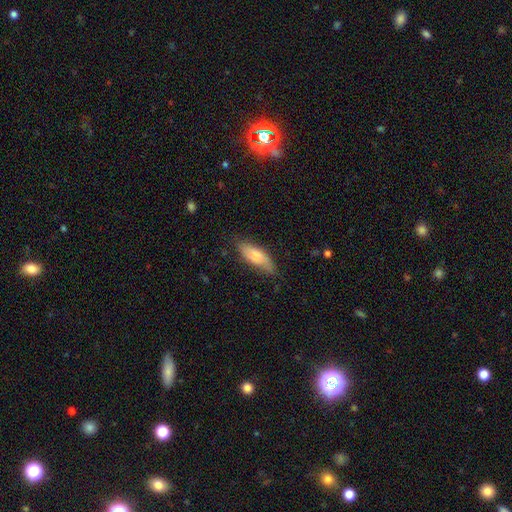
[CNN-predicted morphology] This appears to be a smooth galaxy with no disk features (71%) that is in between round and cigar-shaped (65%). Merging: none (68%).